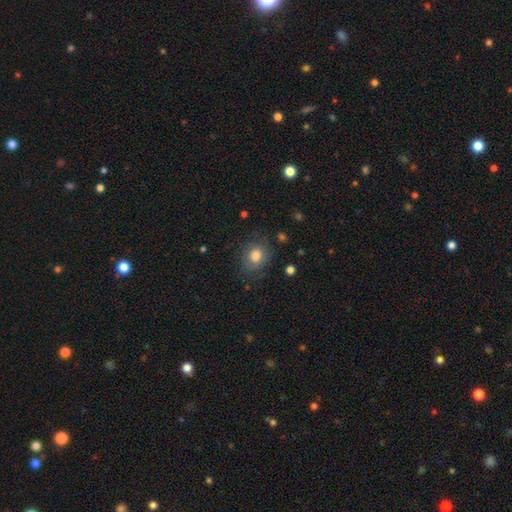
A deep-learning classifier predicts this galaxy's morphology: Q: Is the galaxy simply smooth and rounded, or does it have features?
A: smooth — 76%.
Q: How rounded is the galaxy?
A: round — 60%.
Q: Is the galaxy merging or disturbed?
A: none — 74%.